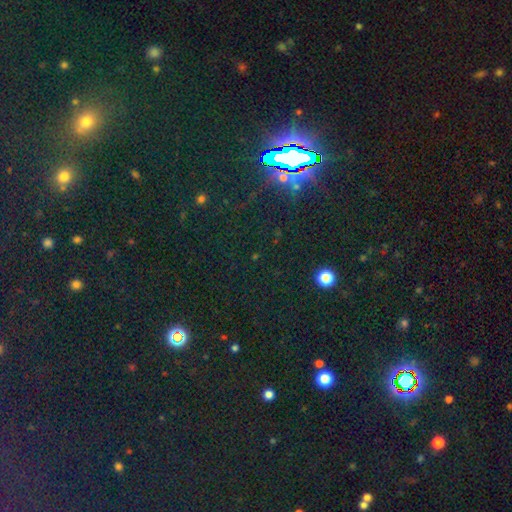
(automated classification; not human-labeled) Smooth or featured? Predicted: star or artifact (p=0.78).